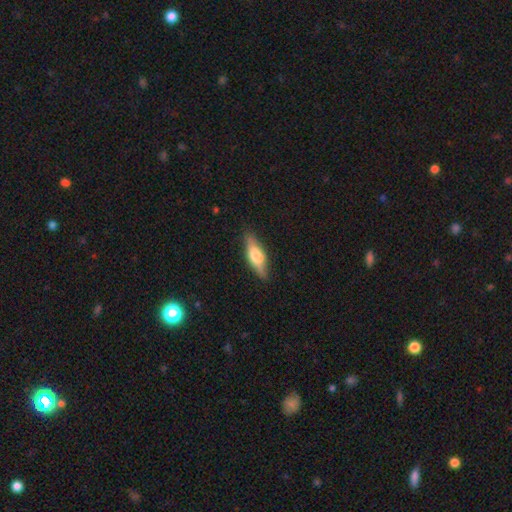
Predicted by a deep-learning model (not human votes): Smooth or featured?
  - smooth: 50% *
  - featured or disk: 44%
  - star or artifact: 6%
How rounded?
  - in between: 52% *
  - cigar-shaped: 45%
  - round: 3%
Merging?
  - none: 84% *
  - minor disturbance: 12%
  - major disturbance: 3%
  - merger: 1%